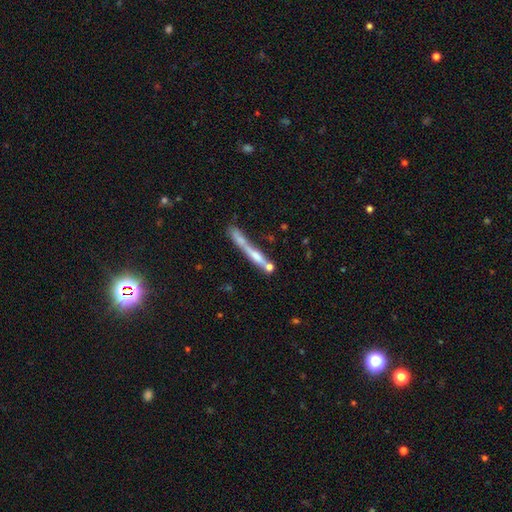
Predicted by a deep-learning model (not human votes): Q: Smooth or featured?
A: featured or disk (50%); runner-up: smooth (41%)
Q: Edge-on disk?
A: yes (81%); runner-up: no (19%)
Q: Merging?
A: none (41%); runner-up: merger (33%)